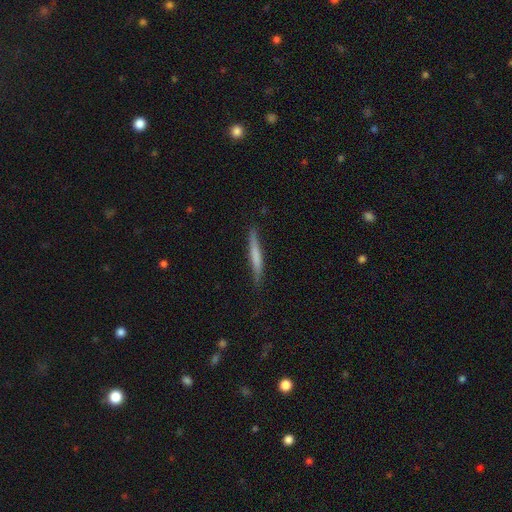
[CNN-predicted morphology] This appears to be a smooth galaxy with no disk features (61%) that is cigar-shaped (95%). Merging: none (80%).